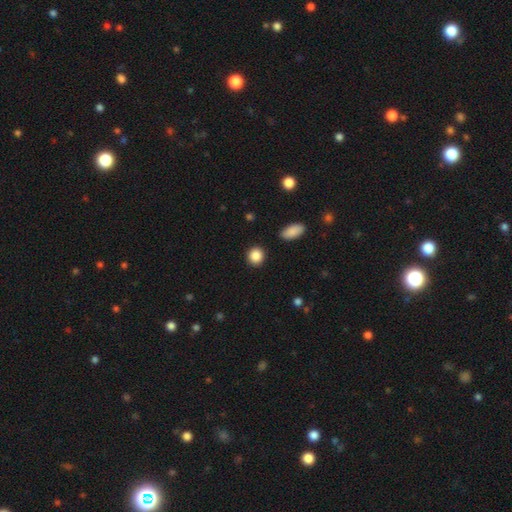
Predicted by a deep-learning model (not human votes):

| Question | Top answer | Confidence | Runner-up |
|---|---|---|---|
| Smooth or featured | smooth | 87% | star or artifact (9%) |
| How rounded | round | 86% | in between (13%) |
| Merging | none | 90% | minor disturbance (6%) |